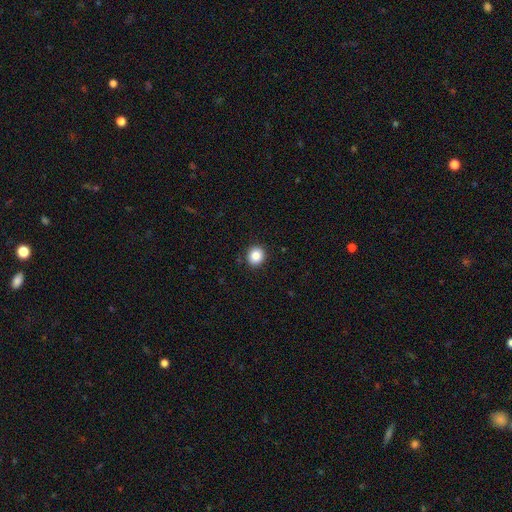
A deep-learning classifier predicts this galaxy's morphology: smooth_or_featured: smooth (p=0.85) [alt: star or artifact p=0.09]
how_rounded: round (p=0.84) [alt: in between p=0.15]
merging: none (p=0.92) [alt: minor disturbance p=0.06]